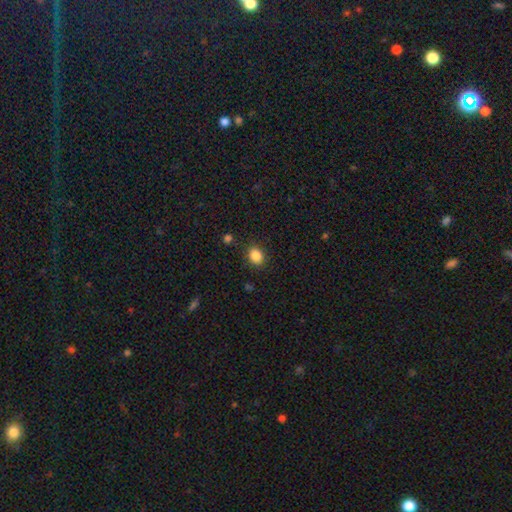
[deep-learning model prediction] Morphology: type=smooth (86%); roundness=in between (51%); merging=none (86%).